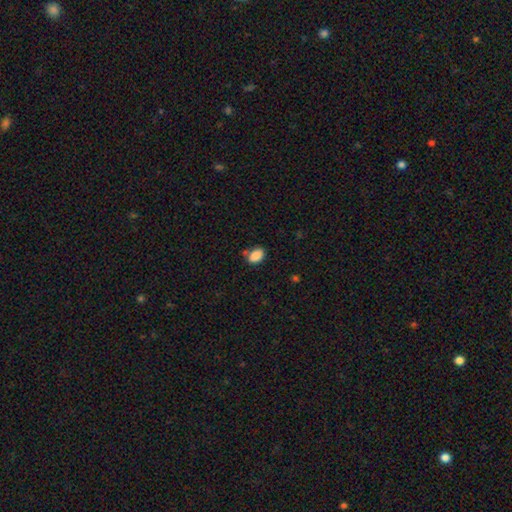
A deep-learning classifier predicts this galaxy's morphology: A smooth galaxy with no disk features (87%) that is in between round and cigar-shaped (85%).

Vote fractions:
- Smooth or featured? smooth: 87% / star or artifact: 9% / featured or disk: 4%
- How rounded? in between: 85% / round: 14% / cigar-shaped: 1%
- Merging? none: 70% / minor disturbance: 19% / merger: 7% / major disturbance: 4%